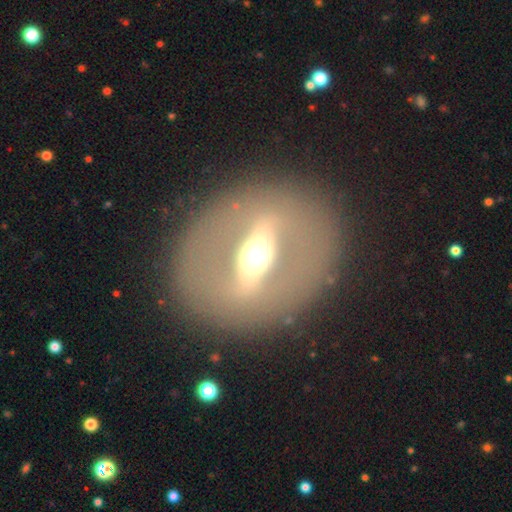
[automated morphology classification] Smooth or featured? Predicted: featured or disk (p=0.75). Edge-on disk? Predicted: no (p=0.64). Merging? Predicted: none (p=0.85).